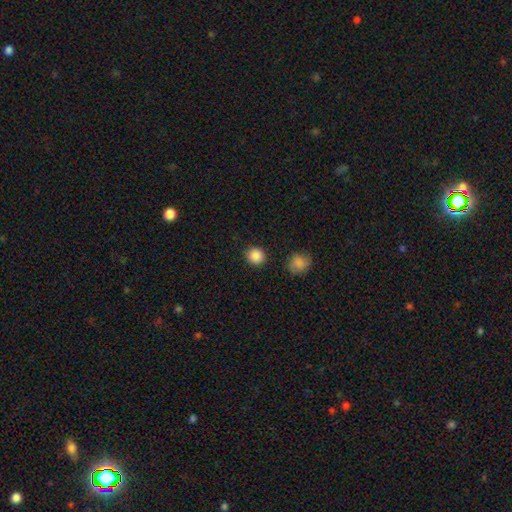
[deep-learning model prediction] Overall: smooth (88%). How rounded: round (88%). Merging: none (89%).